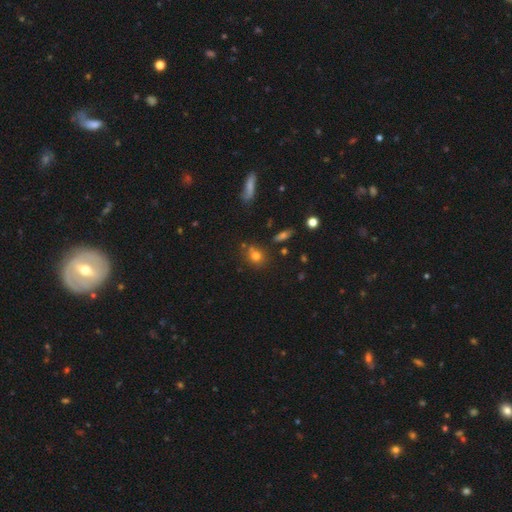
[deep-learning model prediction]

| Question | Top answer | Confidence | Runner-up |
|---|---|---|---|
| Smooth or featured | smooth | 74% | star or artifact (15%) |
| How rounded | round | 66% | in between (32%) |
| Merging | none | 70% | minor disturbance (17%) |